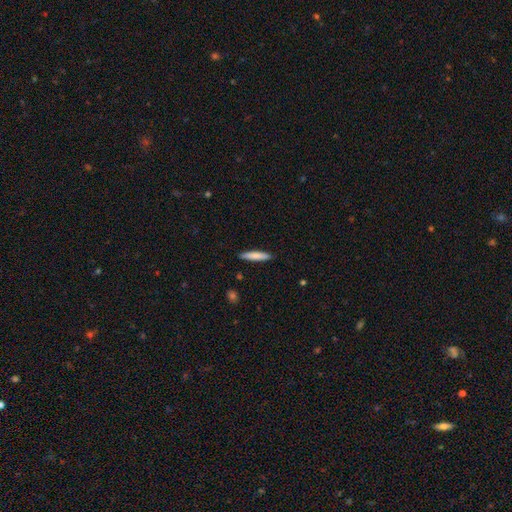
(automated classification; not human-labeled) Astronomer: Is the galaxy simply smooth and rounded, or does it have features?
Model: smooth — 79%.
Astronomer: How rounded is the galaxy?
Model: cigar-shaped — 90%.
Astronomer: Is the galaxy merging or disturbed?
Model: none — 90%.